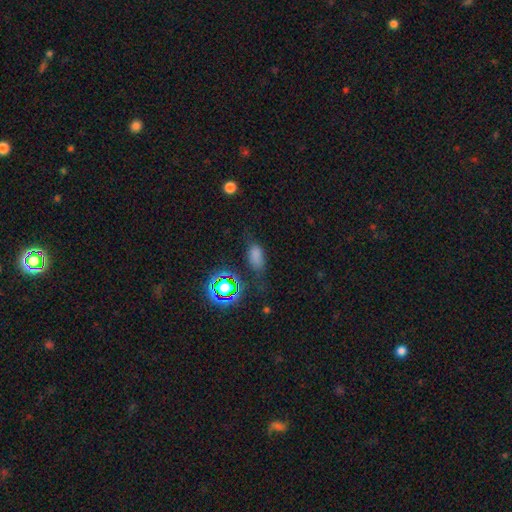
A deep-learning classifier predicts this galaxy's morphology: smooth-or-featured: smooth: 69% | star or artifact: 23% | featured or disk: 8%
  how-rounded: in between: 87% | round: 8% | cigar-shaped: 5%
  merging: none: 62% | minor disturbance: 23% | major disturbance: 11% | merger: 4%